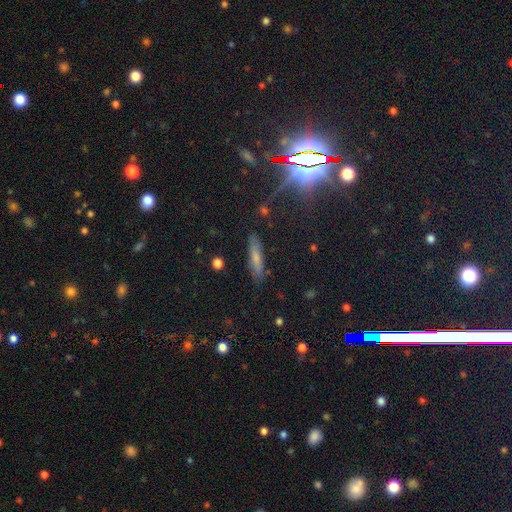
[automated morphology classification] Smooth or featured? Predicted: smooth (p=0.52). How rounded? Predicted: cigar-shaped (p=0.83). Merging? Predicted: none (p=0.84).